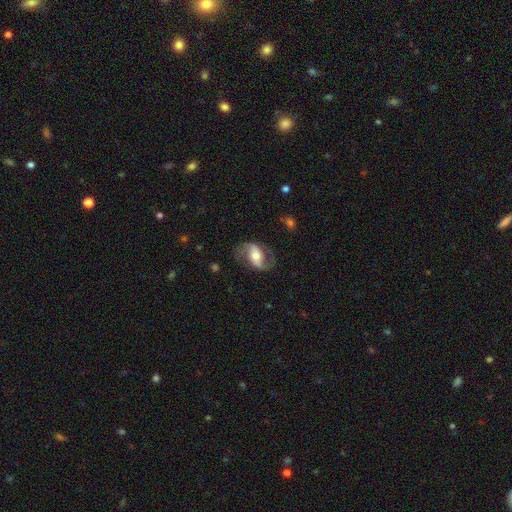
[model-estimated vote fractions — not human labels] Smooth or featured: featured or disk — 81% (smooth — 13%)
Edge-on disk: no — 96% (yes — 4%)
Bar: weak — 36% (strong — 34%)
Spiral arms: yes — 93% (no — 7%)
Spiral winding: loose — 55% (medium — 35%)
Spiral arm count: 2 — 91% (can't tell — 3%)
Bulge size: moderate — 62% (small — 24%)
Merging: none — 74% (minor disturbance — 15%)